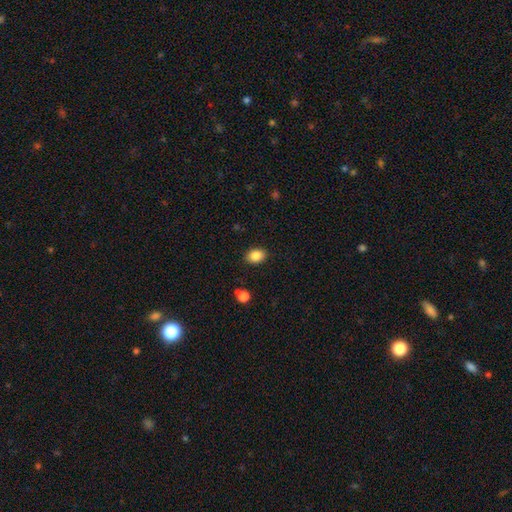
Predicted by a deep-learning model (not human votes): smooth-or-featured: smooth: 86% | star or artifact: 9% | featured or disk: 5%
  how-rounded: in between: 71% | round: 28% | cigar-shaped: 1%
  merging: none: 88% | minor disturbance: 9% | major disturbance: 2% | merger: 1%